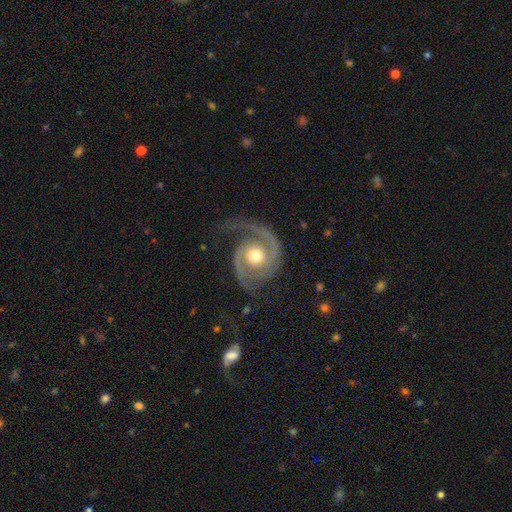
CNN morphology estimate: smooth_or_featured: featured or disk (p=0.92) [alt: smooth p=0.04]
disk_edge_on: no (p=0.98) [alt: yes p=0.02]
bar: no (p=0.74) [alt: weak p=0.20]
has_spiral_arms: yes (p=0.98) [alt: no p=0.02]
spiral_winding: medium (p=0.50) [alt: tight p=0.38]
spiral_arm_count: 2 (p=0.90) [alt: 1 p=0.03]
bulge_size: moderate (p=0.71) [alt: small p=0.15]
merging: none (p=0.73) [alt: minor disturbance p=0.16]